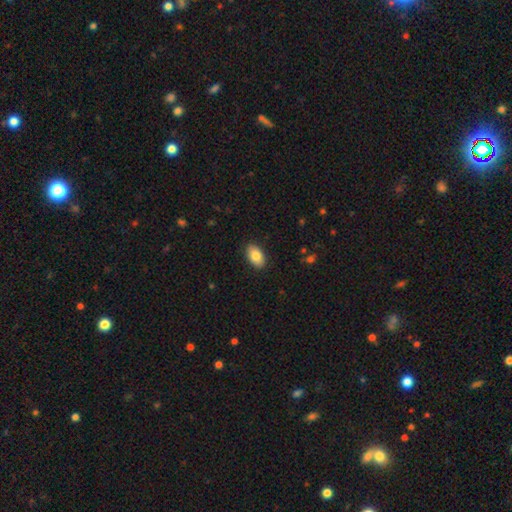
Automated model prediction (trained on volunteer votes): Smooth or featured? Predicted: smooth (p=0.84). How rounded? Predicted: in between (p=0.93). Merging? Predicted: none (p=0.89).